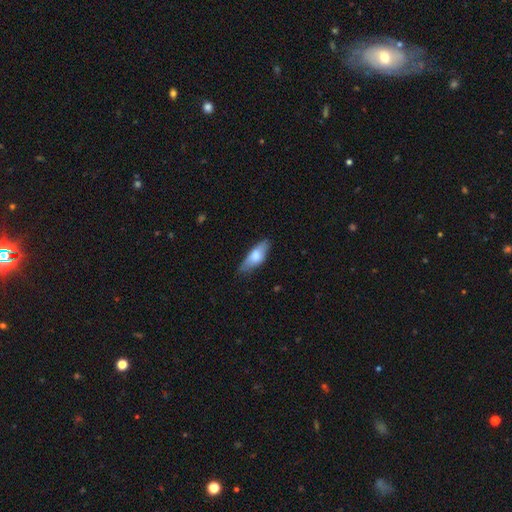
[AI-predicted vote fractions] Smooth or featured: smooth — 69% (featured or disk — 25%)
How rounded: in between — 68% (cigar-shaped — 30%)
Merging: none — 75% (minor disturbance — 20%)